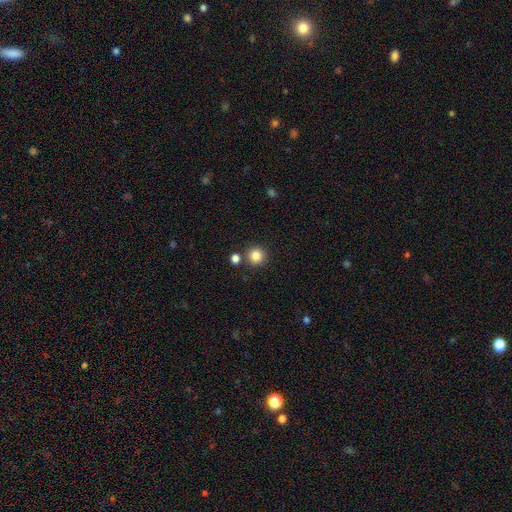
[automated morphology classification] A smooth galaxy with no disk features (85%) that is round (94%). Merging: none (84%).